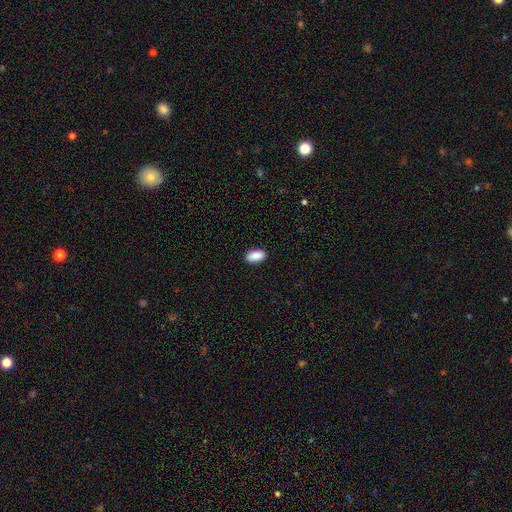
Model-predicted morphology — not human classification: type=smooth (90%); roundness=in between (93%); merging=none (90%).